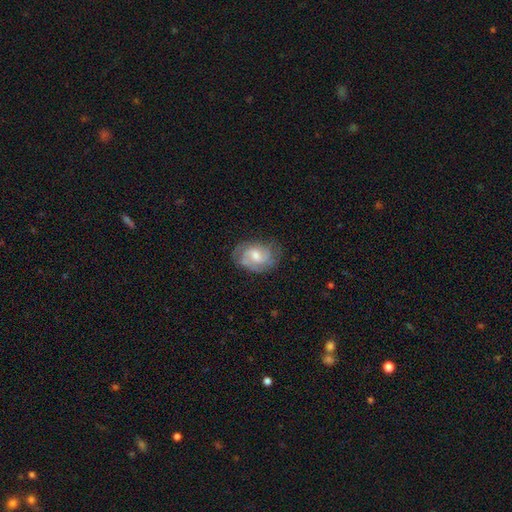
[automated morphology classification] The model was most divided on "bar": no: 48%, weak: 45%, strong: 7%. Remaining: edge-on disk — no (97%); spiral arms — yes (89%); smooth or featured — featured or disk (68%); merging — none (66%); bulge size — moderate (57%); spiral winding — medium (45%); spiral arm count — 2 (45%).